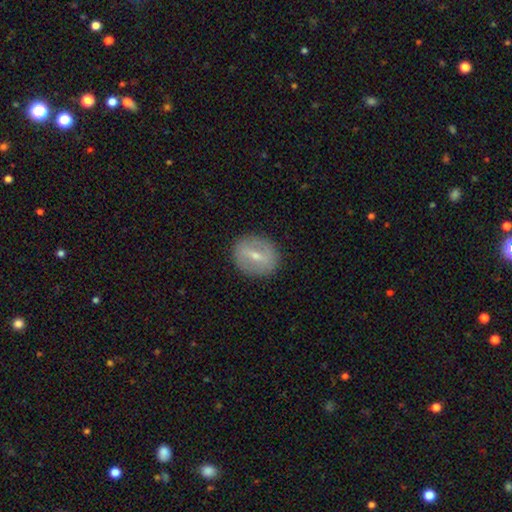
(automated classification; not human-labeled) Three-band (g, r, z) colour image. It shows a featured or disk galaxy (54%). Merging: none (87%).